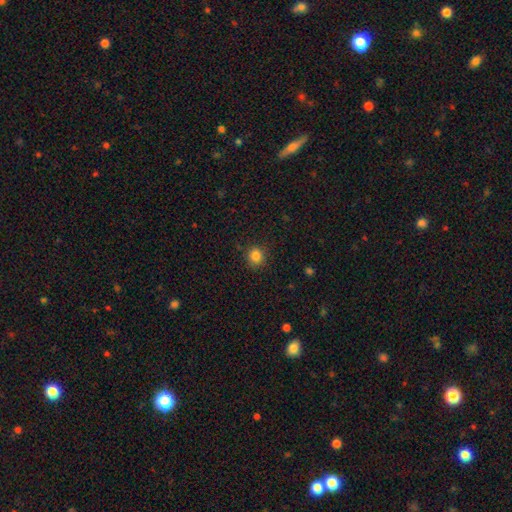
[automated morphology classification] Smooth or featured? Predicted: smooth (p=0.84). How rounded? Predicted: round (p=0.87). Merging? Predicted: none (p=0.87).